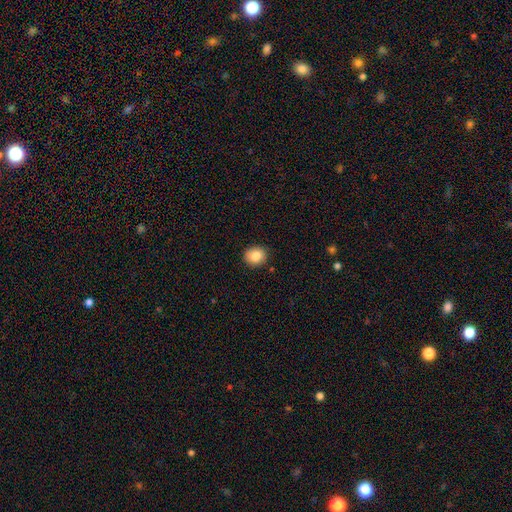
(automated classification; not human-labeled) Overall: smooth (85%). How rounded: round (74%). Merging: none (89%).